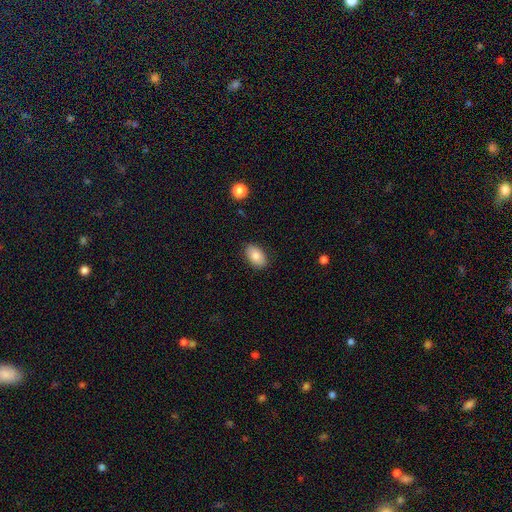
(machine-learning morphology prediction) Smooth or featured? smooth (83%)
How rounded? in between (92%)
Merging? none (86%)